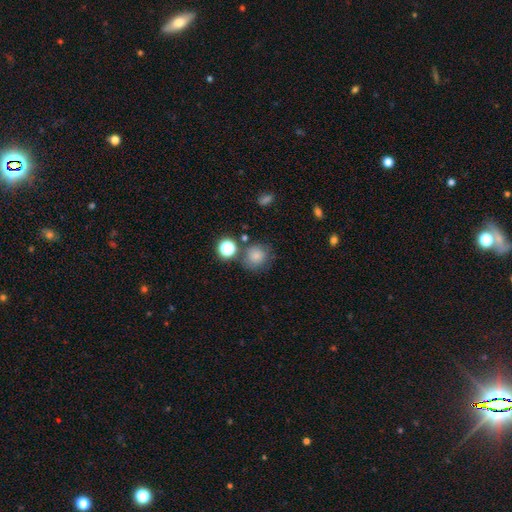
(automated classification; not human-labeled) The model was most divided on "merging": none: 67%, minor disturbance: 15%, merger: 12%, major disturbance: 6%. More confident: how rounded — round (86%); smooth or featured — smooth (78%).